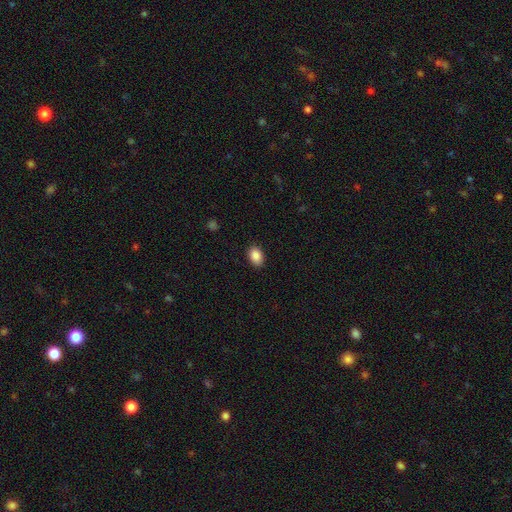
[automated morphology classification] type=smooth (89%); roundness=in between (82%); merging=none (88%).